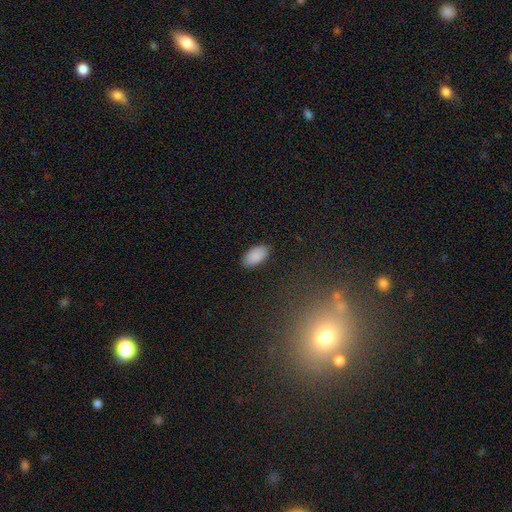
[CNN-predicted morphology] A smooth galaxy with no disk features (89%) that is in between round and cigar-shaped (95%). Merging: none (88%).